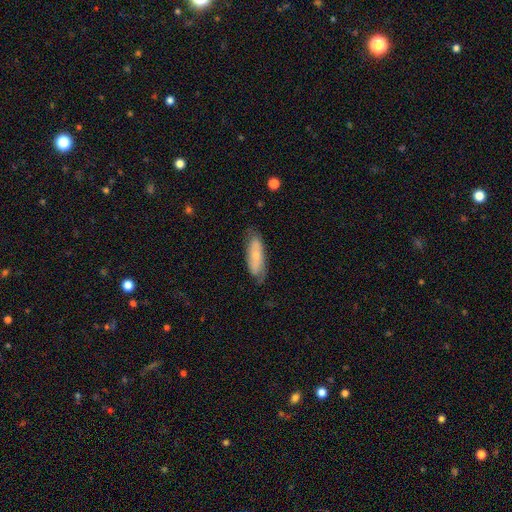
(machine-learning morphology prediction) A smooth galaxy with no disk features (60%) that is in between round and cigar-shaped (59%). Merging: none (70%).